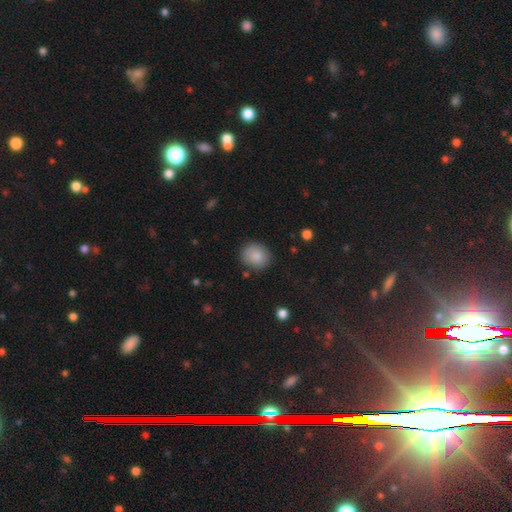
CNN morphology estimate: Smooth or featured?
  - smooth: 86% *
  - star or artifact: 8%
  - featured or disk: 6%
How rounded?
  - round: 75% *
  - in between: 24%
  - cigar-shaped: 1%
Merging?
  - none: 84% *
  - minor disturbance: 11%
  - major disturbance: 3%
  - merger: 2%